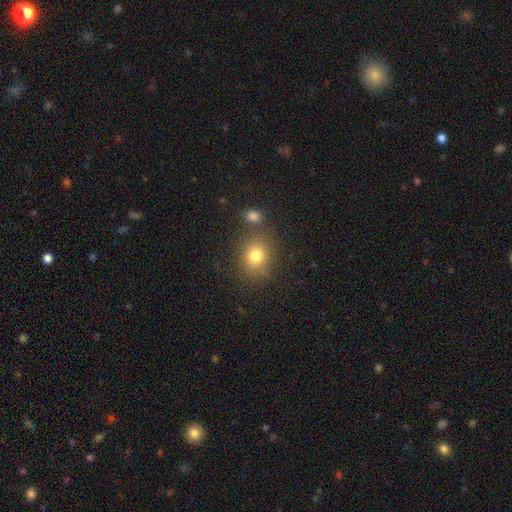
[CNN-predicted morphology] Smooth or featured: smooth — 79% (star or artifact — 12%)
How rounded: round — 66% (in between — 33%)
Merging: none — 74% (minor disturbance — 12%)